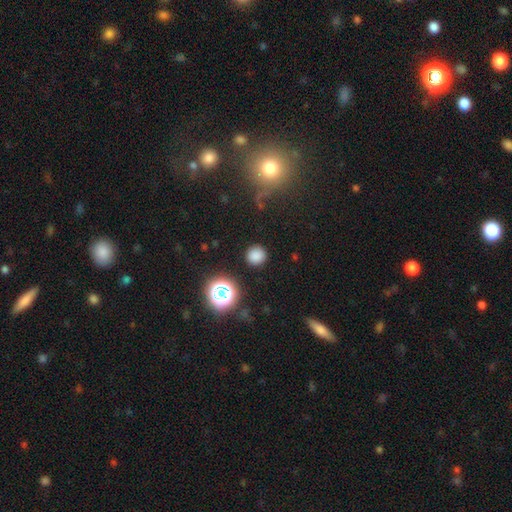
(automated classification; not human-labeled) This is likely a smooth galaxy (78%). How rounded: clearly round (92%). Merging: clearly none (89%).